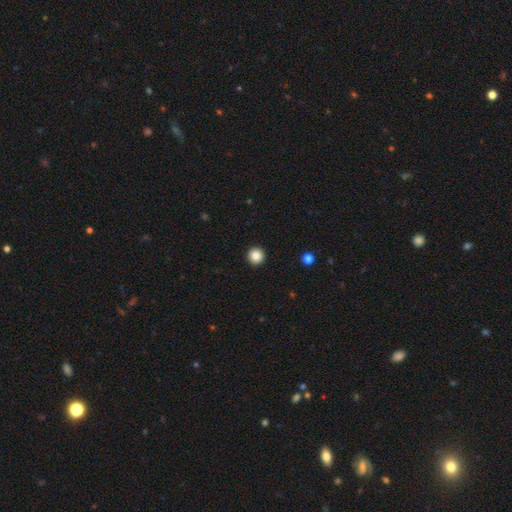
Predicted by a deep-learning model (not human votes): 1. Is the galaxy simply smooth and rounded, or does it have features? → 85% smooth, 10% star or artifact, 5% featured or disk.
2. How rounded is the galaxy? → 96% round, 3% in between, 1% cigar-shaped.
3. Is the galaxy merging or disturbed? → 94% none, 4% minor disturbance, 1% major disturbance, 1% merger.